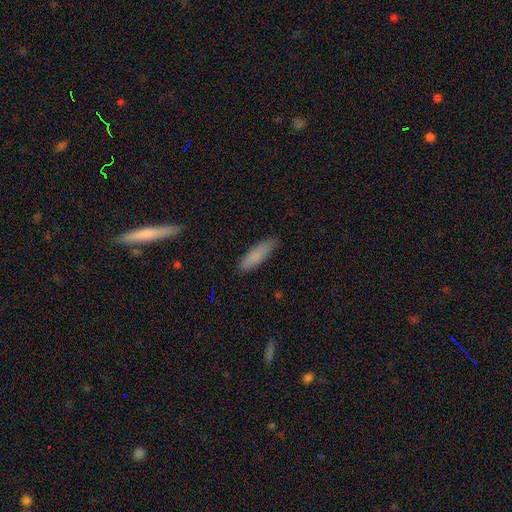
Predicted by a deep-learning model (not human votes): Smooth or featured? Predicted: smooth (p=0.83). How rounded? Predicted: cigar-shaped (p=0.63). Merging? Predicted: none (p=0.81).